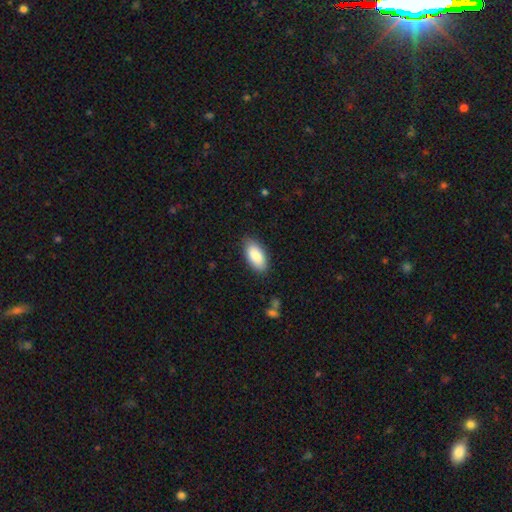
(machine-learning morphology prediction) A smooth galaxy with no disk features (89%) that is in between round and cigar-shaped (93%). Merging: none (86%).